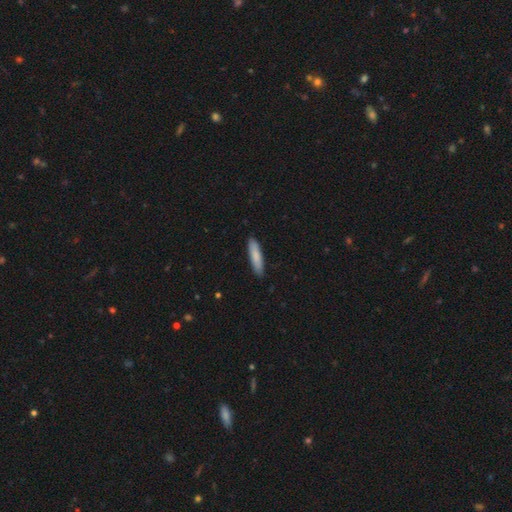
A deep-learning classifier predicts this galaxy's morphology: This is clearly a smooth galaxy (83%). How rounded: clearly cigar-shaped (80%). Merging: clearly none (88%).